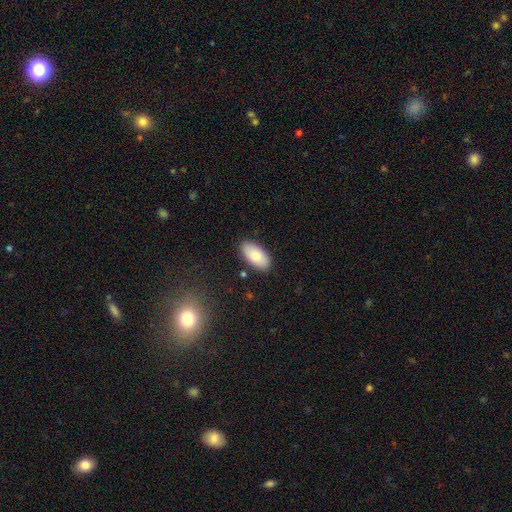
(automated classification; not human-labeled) smooth 82%, featured or disk 12%, star or artifact 6%. Down the decision tree: how rounded — in between (94%); merging — none (86%).